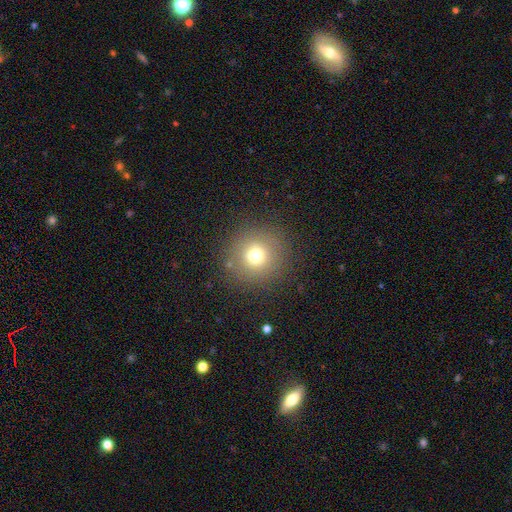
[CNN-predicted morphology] Smooth or featured?
  - smooth: 72% *
  - star or artifact: 16%
  - featured or disk: 12%
How rounded?
  - round: 94% *
  - in between: 5%
  - cigar-shaped: 1%
Merging?
  - none: 87% *
  - minor disturbance: 8%
  - major disturbance: 4%
  - merger: 2%